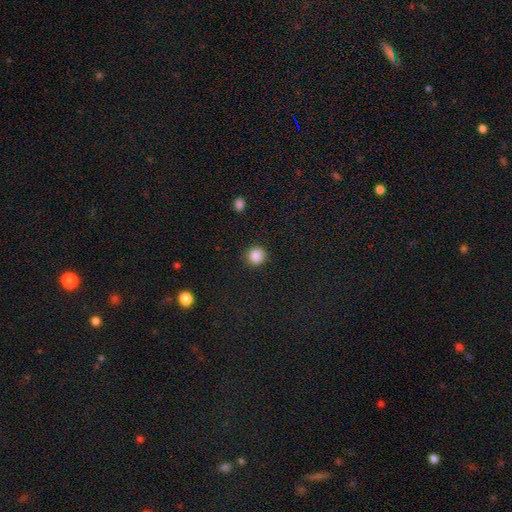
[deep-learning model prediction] Smooth or featured? smooth (87%)
How rounded? round (90%)
Merging? none (89%)